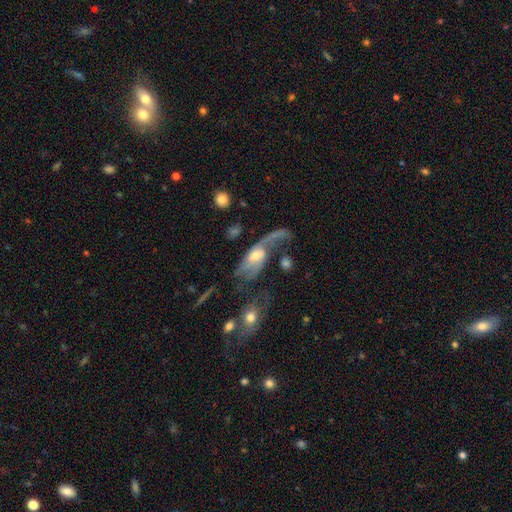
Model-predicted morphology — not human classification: The model was most divided on "bulge size": moderate: 55%, small: 36%, large: 5%, none: 3%, dominant: 1%. Remaining: edge-on disk — no (90%); spiral arms — yes (78%); smooth or featured — featured or disk (70%); bar — no (66%); merging — major disturbance (44%).